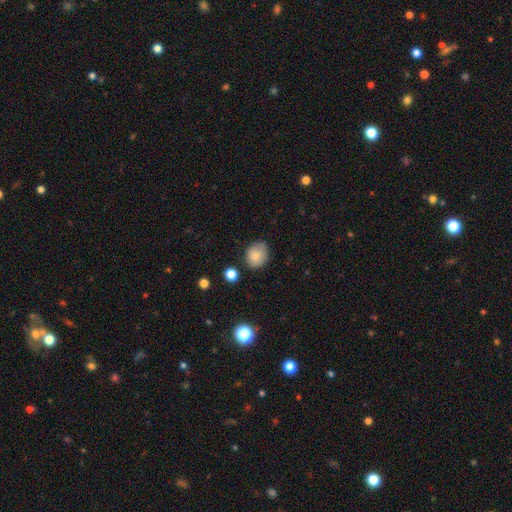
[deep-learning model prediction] Smooth or featured? Predicted: smooth (p=0.80). How rounded? Predicted: round (p=0.57). Merging? Predicted: none (p=0.72).